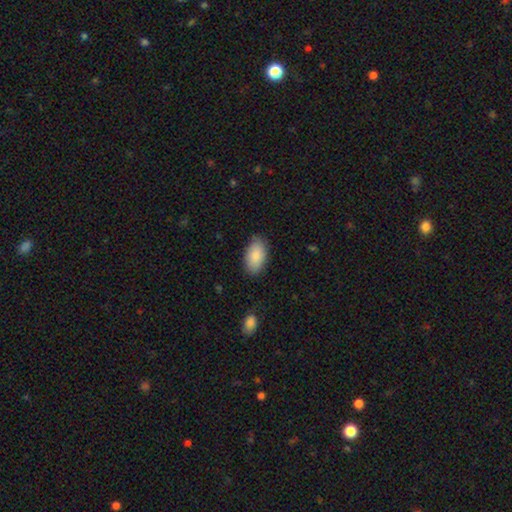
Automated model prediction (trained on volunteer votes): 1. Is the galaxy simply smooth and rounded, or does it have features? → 86% smooth, 8% featured or disk, 6% star or artifact.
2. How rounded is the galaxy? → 94% in between, 4% round, 2% cigar-shaped.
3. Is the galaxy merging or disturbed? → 82% none, 14% minor disturbance, 3% major disturbance, 1% merger.